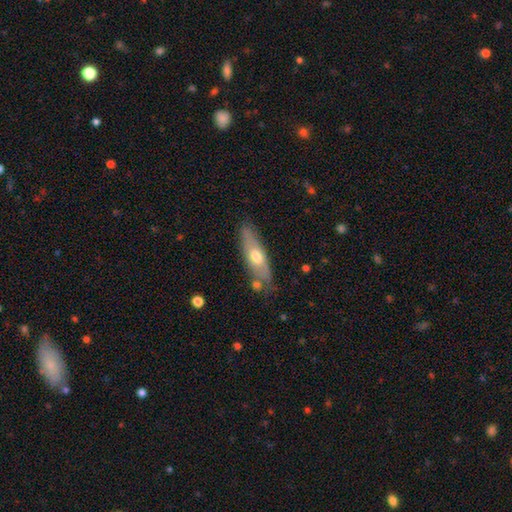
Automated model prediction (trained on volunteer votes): This appears to be a smooth galaxy with no disk features (53%) that is in between round and cigar-shaped (49%, tied with cigar-shaped). Merging: none (73%).